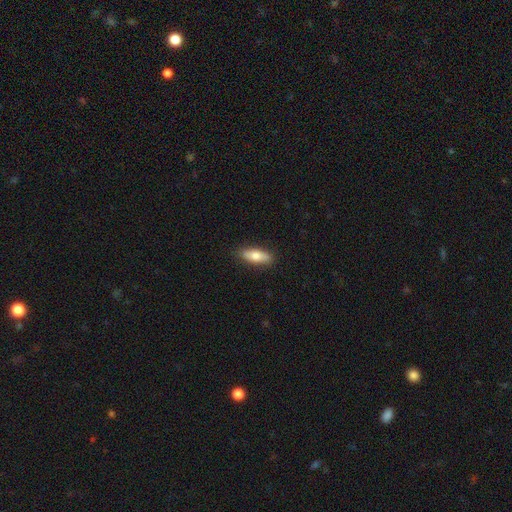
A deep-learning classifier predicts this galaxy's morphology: smooth-or-featured: smooth: 72% | featured or disk: 22% | star or artifact: 6%
  how-rounded: in between: 68% | cigar-shaped: 30% | round: 3%
  merging: none: 85% | minor disturbance: 12% | major disturbance: 2% | merger: 1%